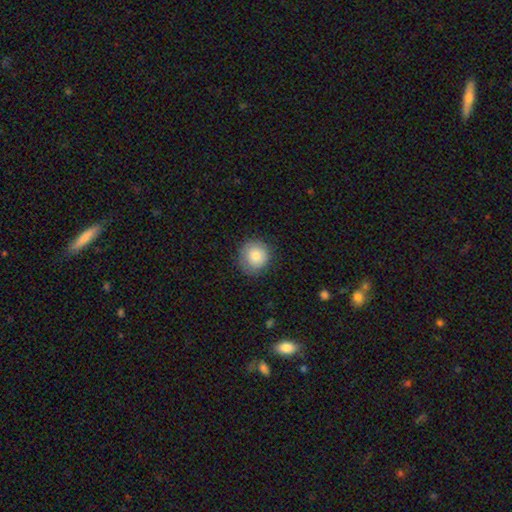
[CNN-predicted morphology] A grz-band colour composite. It shows a smooth galaxy with no disk features (81%) that is round (92%). Merging: none (81%).